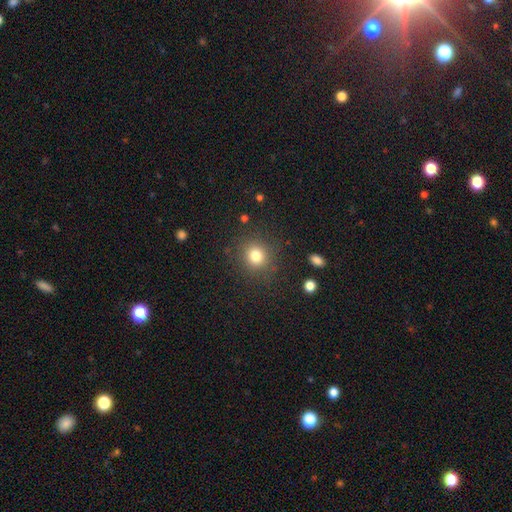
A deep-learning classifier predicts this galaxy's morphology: A smooth galaxy with no disk features (80%) that is round (87%). Merging: none (86%).